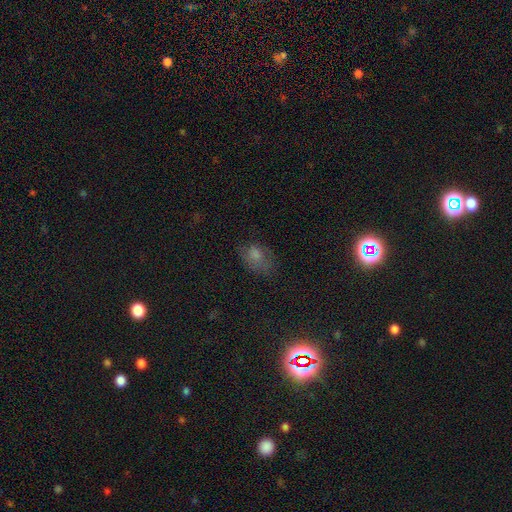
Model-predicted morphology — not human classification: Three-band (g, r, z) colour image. It shows a smooth galaxy with no disk features (65%) that is in between round and cigar-shaped (81%). Merging: none (53%).